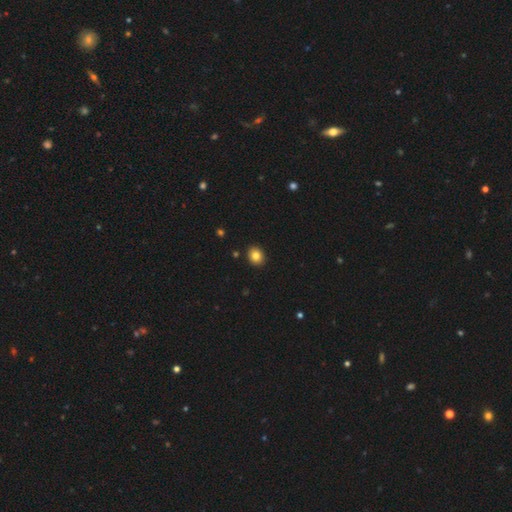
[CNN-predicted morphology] A smooth galaxy with no disk features (83%) that is round (71%). Merging: none (91%).